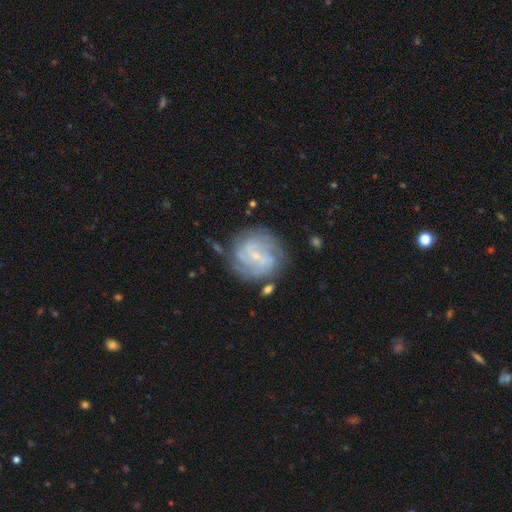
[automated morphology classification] Smooth or featured? featured or disk (81%)
Edge-on disk? no (97%)
Bar? weak (49%)
Spiral arms? yes (94%)
Spiral winding? tight (55%)
Spiral arm count? can't tell (30%)
Bulge size? small (78%)
Merging? none (74%)